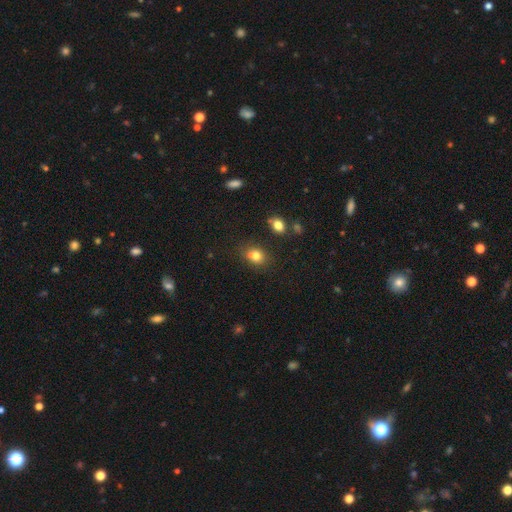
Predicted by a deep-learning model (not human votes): Smooth or featured: smooth — 78% (star or artifact — 12%)
How rounded: in between — 54% (round — 44%)
Merging: none — 65% (minor disturbance — 17%)